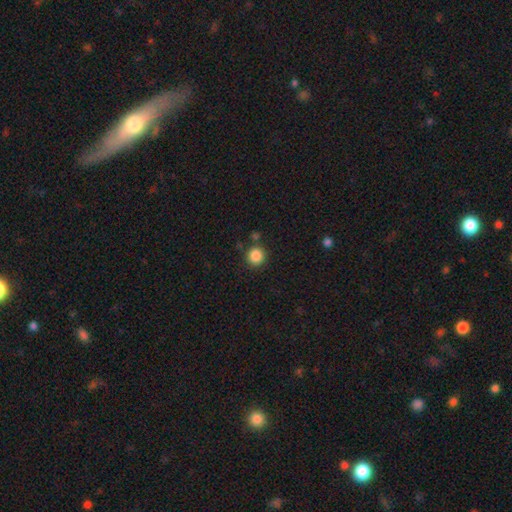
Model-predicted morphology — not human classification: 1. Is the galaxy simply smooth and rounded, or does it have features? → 86% smooth, 10% star or artifact, 4% featured or disk.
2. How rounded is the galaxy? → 92% round, 7% in between, 1% cigar-shaped.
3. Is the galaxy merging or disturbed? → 85% none, 8% minor disturbance, 5% merger, 3% major disturbance.